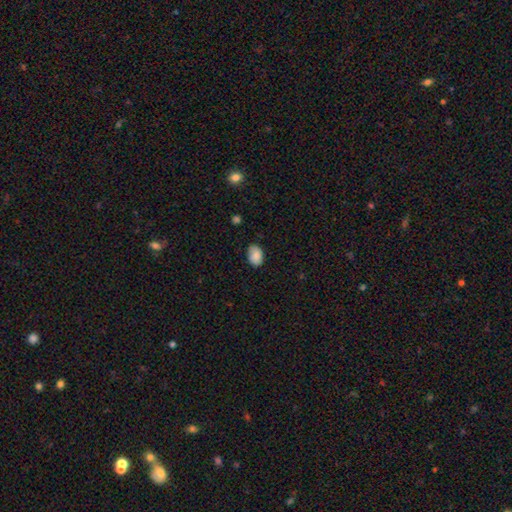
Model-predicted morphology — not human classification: type=smooth (86%); roundness=in between (84%); merging=none (74%).